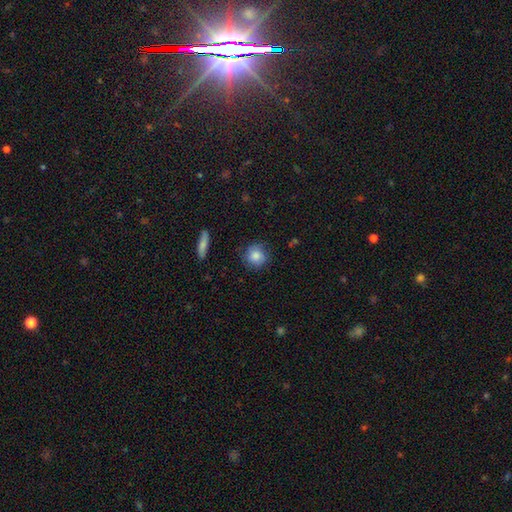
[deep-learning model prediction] smooth_or_featured: smooth (p=0.80) [alt: featured or disk p=0.12]
how_rounded: round (p=0.89) [alt: in between p=0.10]
merging: none (p=0.80) [alt: minor disturbance p=0.15]